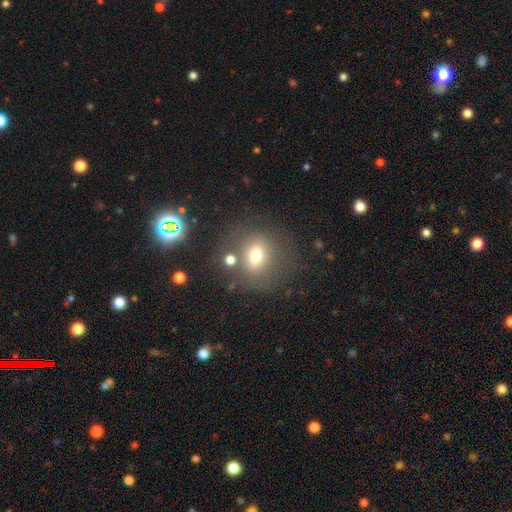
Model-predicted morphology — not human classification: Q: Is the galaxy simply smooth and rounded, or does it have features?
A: smooth — 67%.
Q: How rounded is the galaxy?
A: round — 65%.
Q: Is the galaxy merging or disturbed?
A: none — 65%.